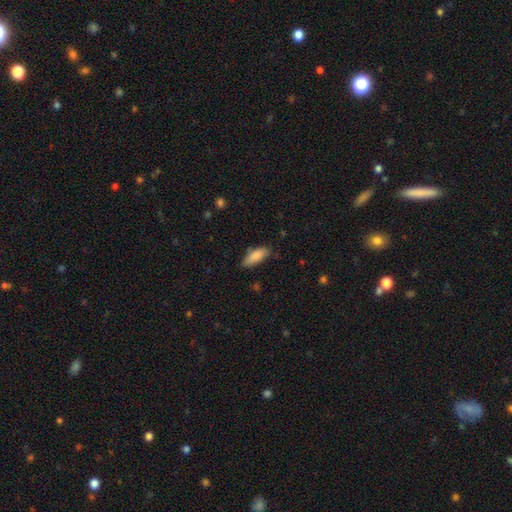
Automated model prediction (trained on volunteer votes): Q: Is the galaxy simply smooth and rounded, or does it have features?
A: smooth — 85%.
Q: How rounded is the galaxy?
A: in between — 75%.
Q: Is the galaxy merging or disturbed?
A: none — 75%.